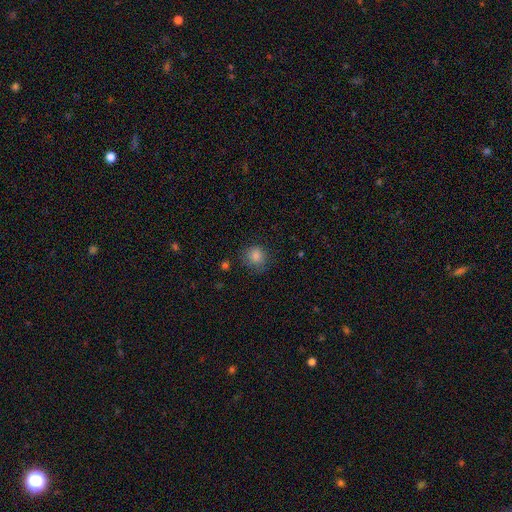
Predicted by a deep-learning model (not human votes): Smooth or featured: smooth — 81% (star or artifact — 12%)
How rounded: round — 78% (in between — 21%)
Merging: none — 73% (minor disturbance — 19%)